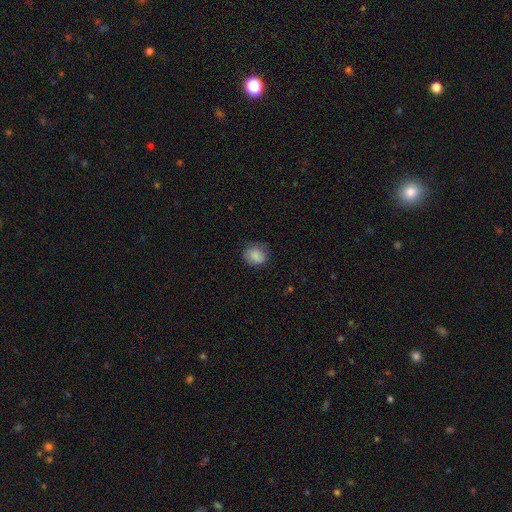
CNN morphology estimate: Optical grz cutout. It shows a smooth galaxy with no disk features (85%) that is round (65%). Merging: none (71%).